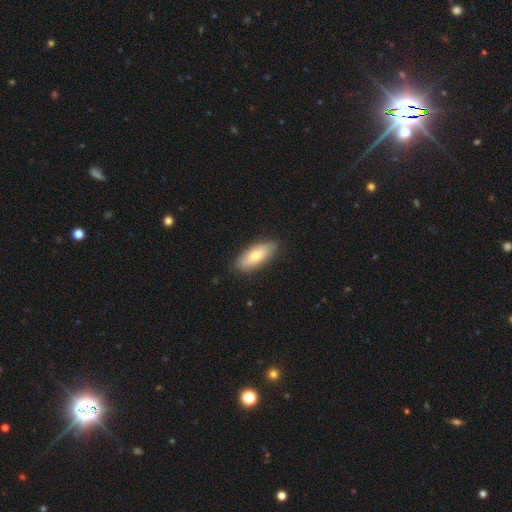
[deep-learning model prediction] A smooth galaxy with no disk features (76%) that is in between round and cigar-shaped (78%).

Vote fractions:
- Smooth or featured? smooth: 76% / featured or disk: 18% / star or artifact: 6%
- How rounded? in between: 78% / cigar-shaped: 20% / round: 2%
- Merging? none: 87% / minor disturbance: 10% / major disturbance: 2% / merger: 1%